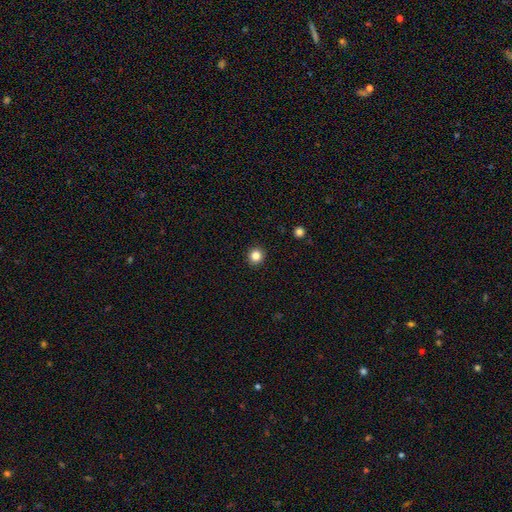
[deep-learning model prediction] smooth 84%, star or artifact 12%, featured or disk 5%. Down the decision tree: how rounded — round (94%); merging — none (93%).